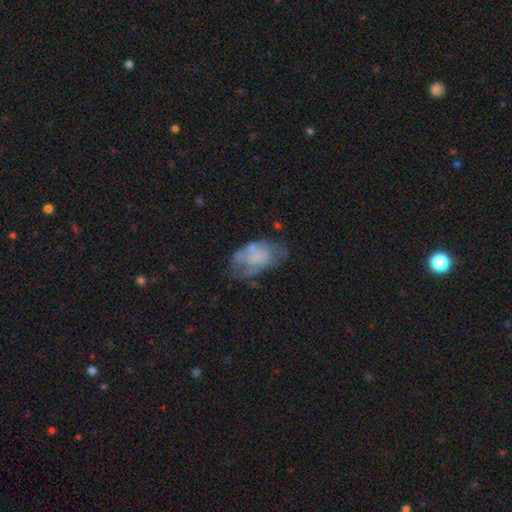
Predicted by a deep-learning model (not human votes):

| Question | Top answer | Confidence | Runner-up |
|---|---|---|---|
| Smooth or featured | featured or disk | 46% | smooth (45%) |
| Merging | none | 39% | minor disturbance (29%) |